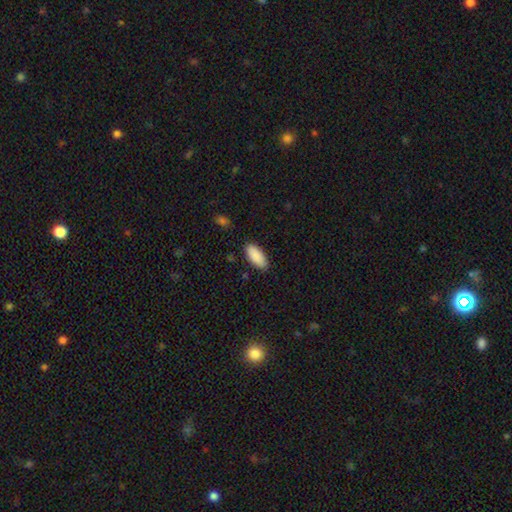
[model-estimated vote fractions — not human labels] This appears to be a smooth galaxy with no disk features (90%) that is in between round and cigar-shaped (88%). Merging: none (85%).